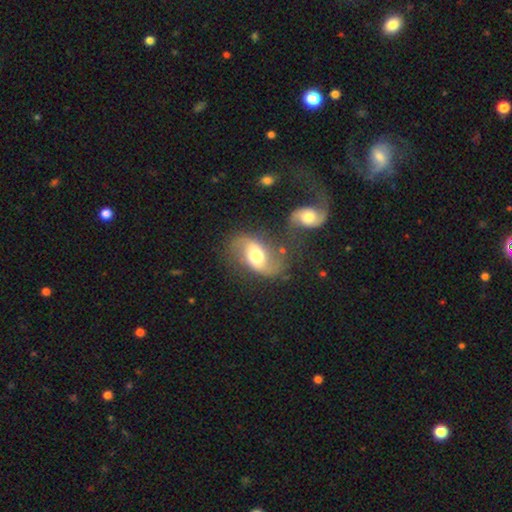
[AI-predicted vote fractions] Morphology: type=featured or disk (67%); edge-on=no (95%); bar=no (44%); spiral arms=yes (85%); winding=loose (59%); arm count=2 (91%); bulge=moderate (62%); merging=none (58%).